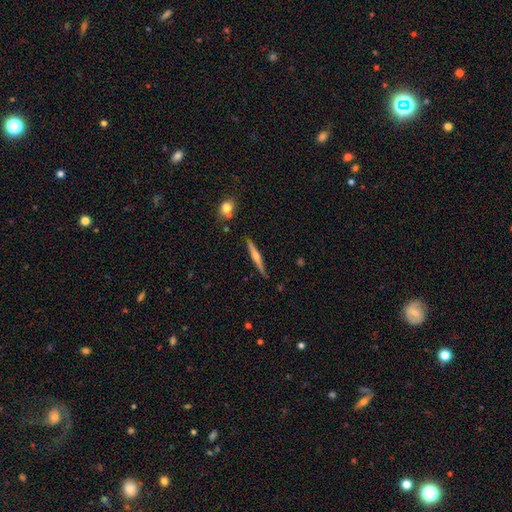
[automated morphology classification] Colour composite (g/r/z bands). It shows a featured or disk galaxy (67%) viewed edge-on (98%) with a rounded central bulge (79%). Merging: none (88%).